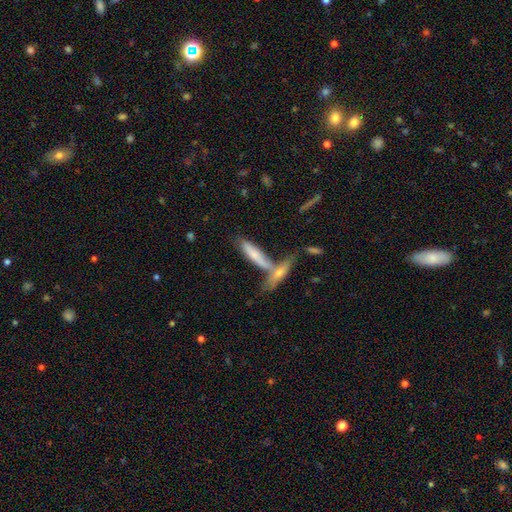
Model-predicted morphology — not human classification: Q: Smooth or featured?
A: smooth (62%); runner-up: featured or disk (29%)
Q: How rounded?
A: cigar-shaped (73%); runner-up: in between (25%)
Q: Merging?
A: merger (43%); runner-up: none (42%)